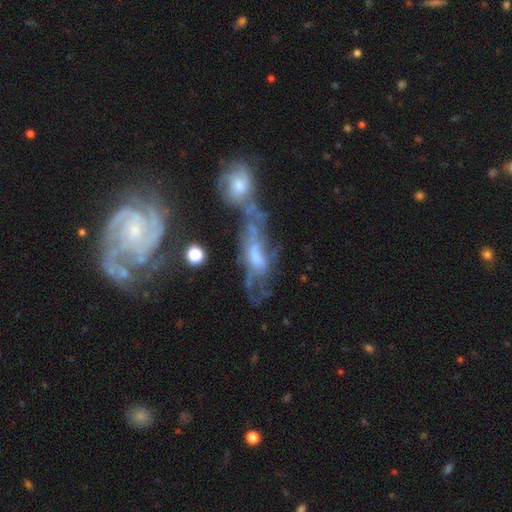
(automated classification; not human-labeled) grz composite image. It shows a featured or disk galaxy (62%) with no bar (63%), no spiral arms (51%) and a moderate central bulge (37%). Merging: merger (57%).